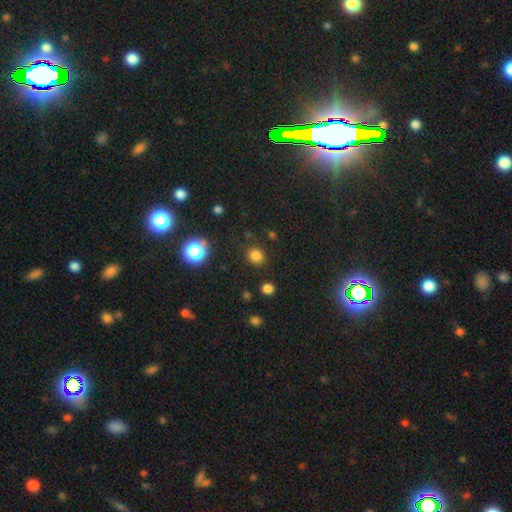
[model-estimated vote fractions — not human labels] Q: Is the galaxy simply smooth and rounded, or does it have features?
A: smooth — 79%.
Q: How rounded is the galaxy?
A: round — 79%.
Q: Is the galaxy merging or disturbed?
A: none — 85%.